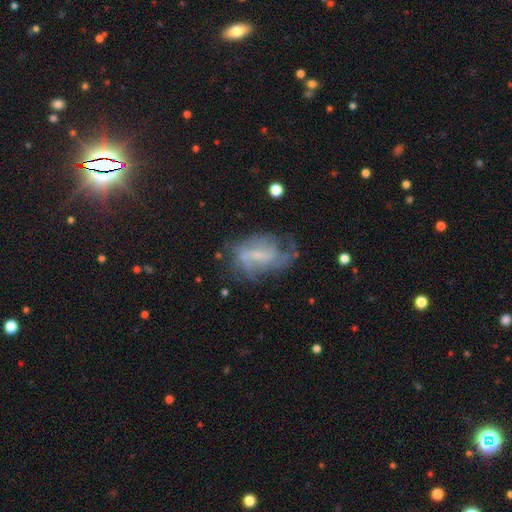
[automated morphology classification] smooth_or_featured: featured or disk (p=0.69) [alt: smooth p=0.21]
disk_edge_on: no (p=0.96) [alt: yes p=0.04]
bar: weak (p=0.47) [alt: no p=0.39]
has_spiral_arms: yes (p=0.76) [alt: no p=0.24]
spiral_winding: medium (p=0.41) [alt: tight p=0.30]
spiral_arm_count: can't tell (p=0.45) [alt: 2 p=0.23]
bulge_size: small (p=0.45) [alt: none p=0.31]
merging: none (p=0.49) [alt: minor disturbance p=0.24]